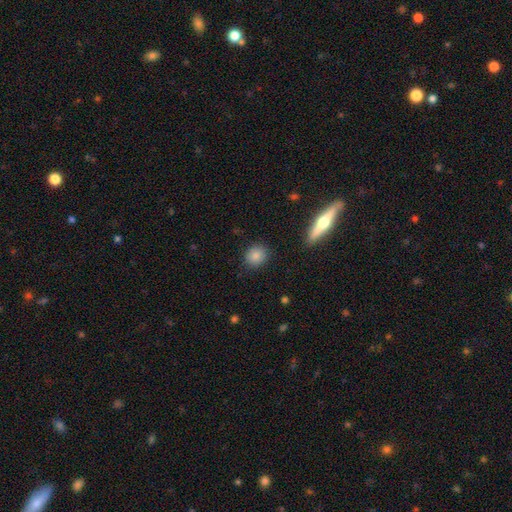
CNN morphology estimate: Q: Smooth or featured?
A: smooth (84%); runner-up: star or artifact (9%)
Q: How rounded?
A: round (78%); runner-up: in between (20%)
Q: Merging?
A: none (88%); runner-up: minor disturbance (8%)